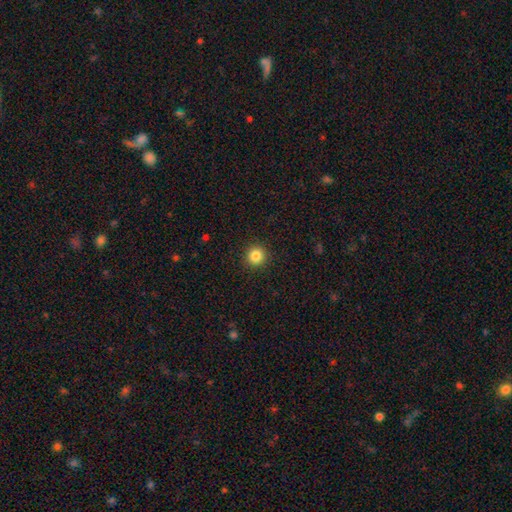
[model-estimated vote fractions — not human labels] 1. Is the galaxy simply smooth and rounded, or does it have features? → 84% smooth, 11% star or artifact, 5% featured or disk.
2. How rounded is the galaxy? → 94% round, 5% in between, 1% cigar-shaped.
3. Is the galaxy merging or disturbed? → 92% none, 5% minor disturbance, 2% major disturbance, 1% merger.